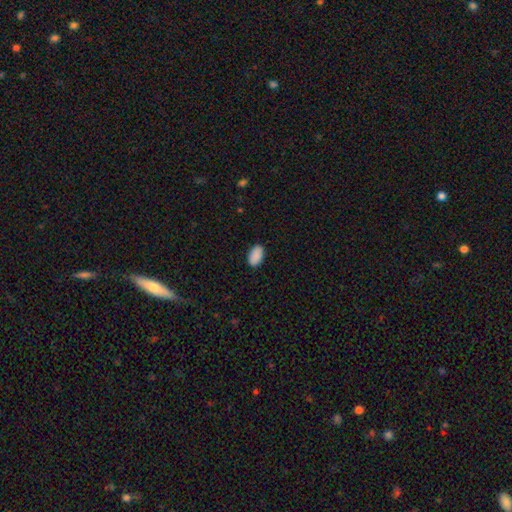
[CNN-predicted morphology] Q: Smooth or featured?
A: smooth (91%); runner-up: star or artifact (7%)
Q: How rounded?
A: in between (94%); runner-up: round (4%)
Q: Merging?
A: none (89%); runner-up: minor disturbance (8%)